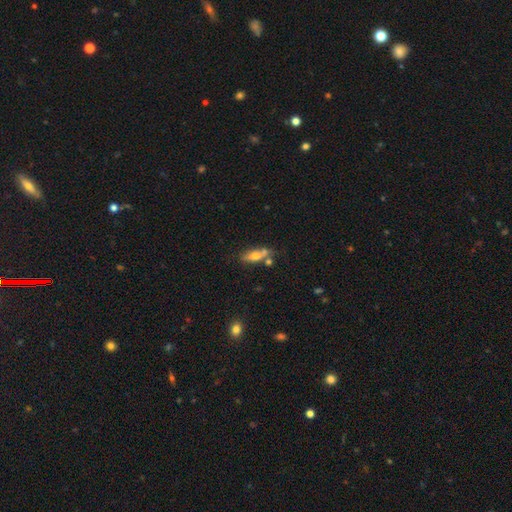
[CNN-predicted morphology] A smooth galaxy with no disk features (60%) that is in between round and cigar-shaped (62%).

Vote fractions:
- Smooth or featured? smooth: 60% / featured or disk: 32% / star or artifact: 8%
- How rounded? in between: 62% / cigar-shaped: 33% / round: 4%
- Merging? none: 51% / merger: 26% / minor disturbance: 17% / major disturbance: 6%